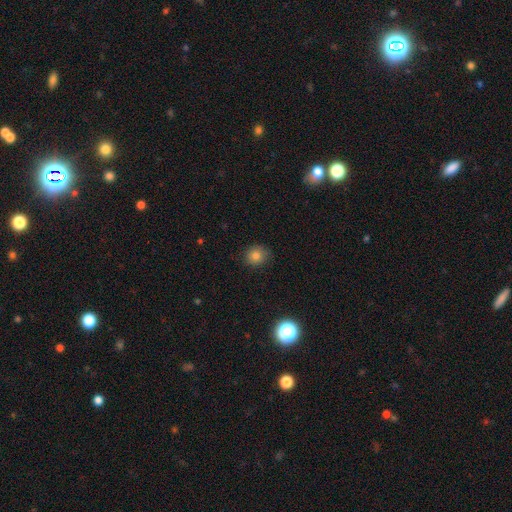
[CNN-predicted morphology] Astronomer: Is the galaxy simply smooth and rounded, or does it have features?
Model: smooth — 80%.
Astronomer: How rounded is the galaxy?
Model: round — 81%.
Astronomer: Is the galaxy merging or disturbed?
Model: none — 83%.